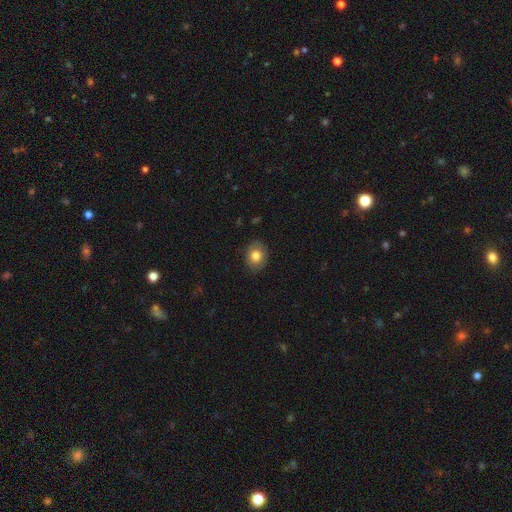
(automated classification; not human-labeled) The model was most divided on "how rounded": in between: 52%, round: 47%, cigar-shaped: 1%. More confident: merging — none (86%); smooth or featured — smooth (79%).